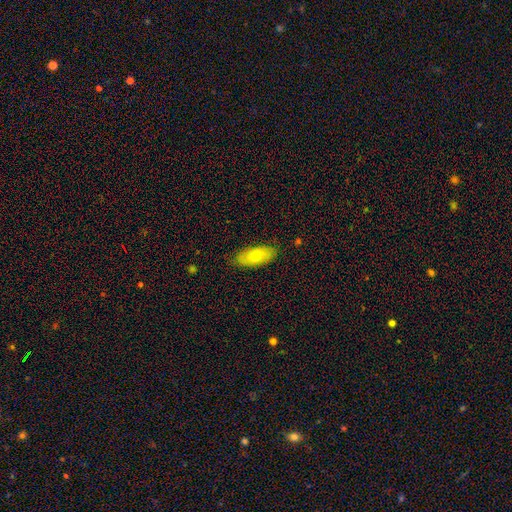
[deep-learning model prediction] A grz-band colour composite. It shows a smooth galaxy with no disk features (71%) that is in between round and cigar-shaped (88%). Merging: none (84%).